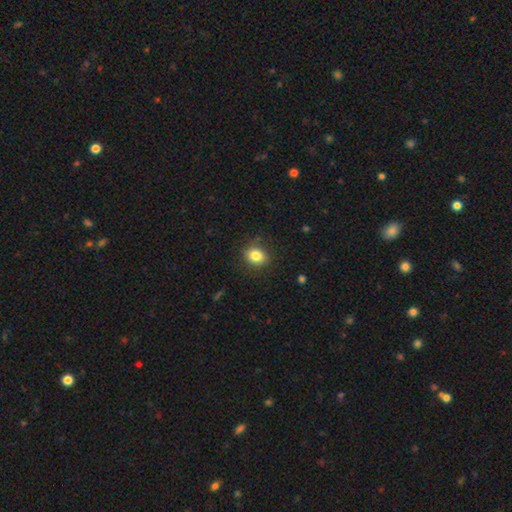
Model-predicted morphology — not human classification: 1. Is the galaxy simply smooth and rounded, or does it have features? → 83% smooth, 10% star or artifact, 6% featured or disk.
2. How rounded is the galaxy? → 61% round, 39% in between, 1% cigar-shaped.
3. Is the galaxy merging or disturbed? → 85% none, 11% minor disturbance, 3% major disturbance, 1% merger.